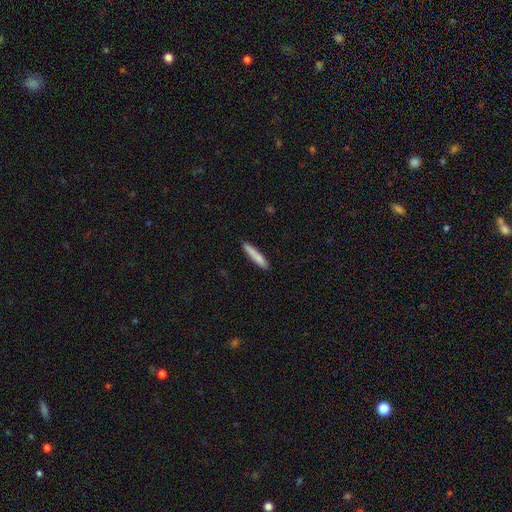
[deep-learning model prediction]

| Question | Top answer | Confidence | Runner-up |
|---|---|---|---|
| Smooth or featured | smooth | 82% | featured or disk (12%) |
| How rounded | cigar-shaped | 92% | in between (7%) |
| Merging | none | 88% | minor disturbance (9%) |